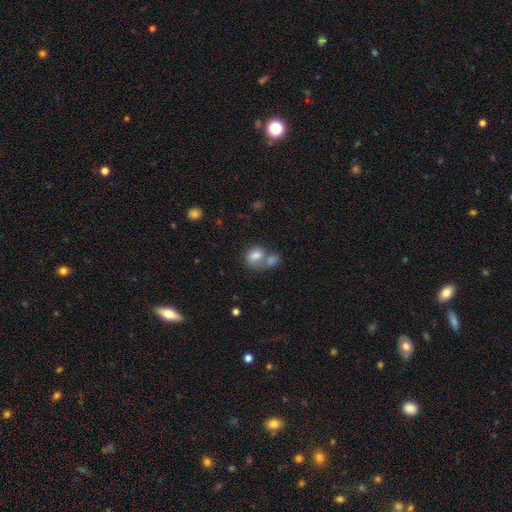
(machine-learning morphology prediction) Overall: smooth (79%). How rounded: in between (57%; round 42%). Merging: merger (55%; none 31%).